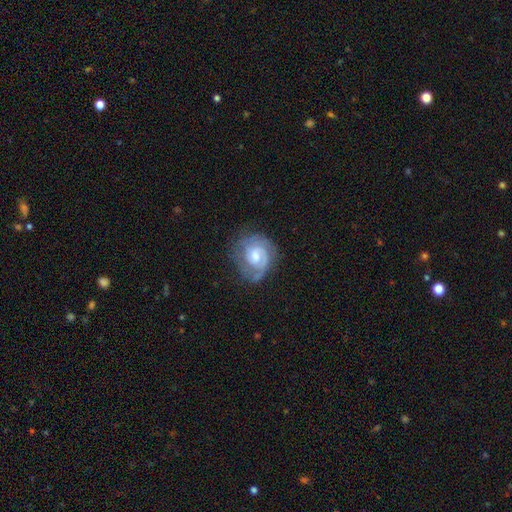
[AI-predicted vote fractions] smooth-or-featured: featured or disk: 79% | smooth: 16% | star or artifact: 5%
  disk-edge-on: no: 98% | yes: 2%
    bar: no: 51% | weak: 42% | strong: 7%
    has-spiral-arms: yes: 94% | no: 6%
      spiral-winding: tight: 60% | medium: 32% | loose: 8%
      spiral-arm-count: 2: 52% | 1: 18% | can't tell: 17% | 3: 8% | 4: 2% | more than 4: 2%
    bulge-size: moderate: 54% | small: 33% | large: 8% | none: 4% | dominant: 1%
  merging: none: 67% | minor disturbance: 21% | major disturbance: 10% | merger: 2%